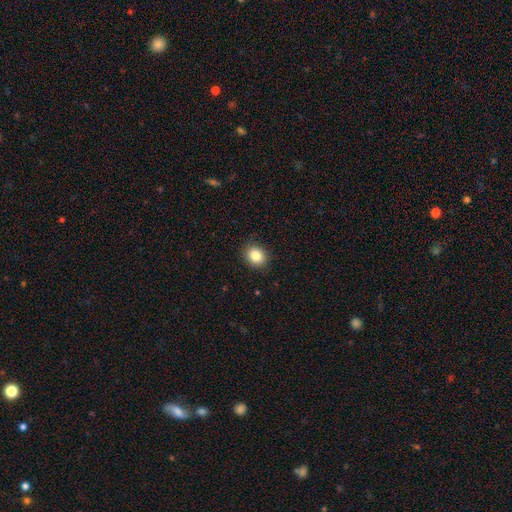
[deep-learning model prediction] Smooth or featured?
  - smooth: 84% *
  - star or artifact: 10%
  - featured or disk: 6%
How rounded?
  - round: 67% *
  - in between: 32%
  - cigar-shaped: 1%
Merging?
  - none: 88% *
  - minor disturbance: 9%
  - major disturbance: 2%
  - merger: 1%